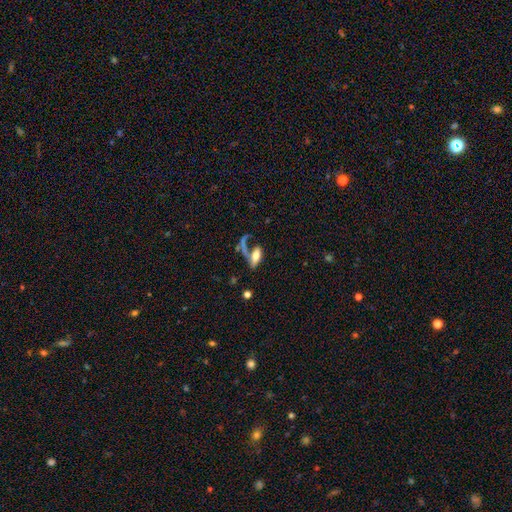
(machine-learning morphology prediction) smooth-or-featured: smooth: 60% | featured or disk: 31% | star or artifact: 9%
  how-rounded: in between: 67% | cigar-shaped: 29% | round: 4%
  merging: none: 38% | merger: 29% | major disturbance: 19% | minor disturbance: 14%